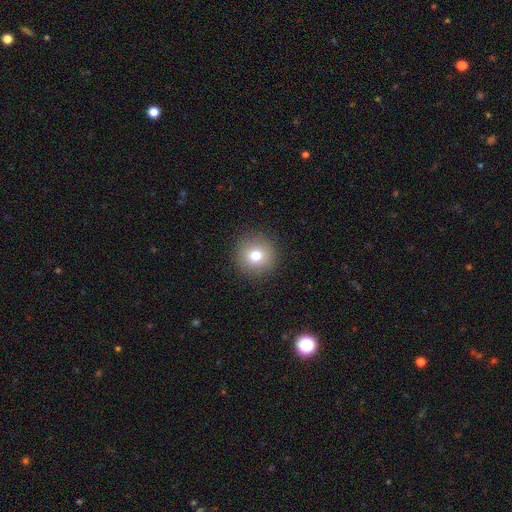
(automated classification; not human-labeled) Q: Smooth or featured?
A: smooth (76%); runner-up: star or artifact (12%)
Q: How rounded?
A: round (95%); runner-up: in between (4%)
Q: Merging?
A: none (92%); runner-up: minor disturbance (5%)